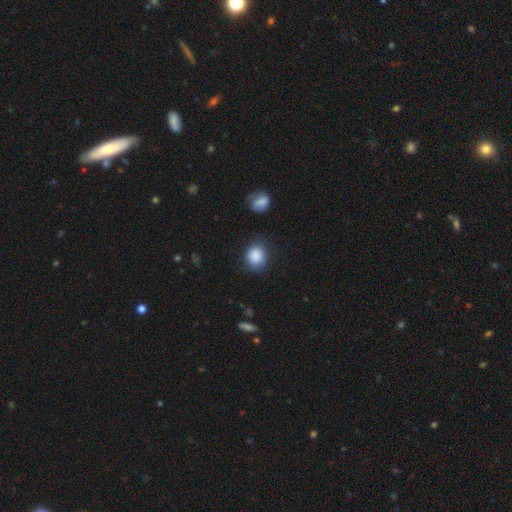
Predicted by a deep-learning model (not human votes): Overall: smooth (87%). How rounded: round (71%). Merging: none (71%).